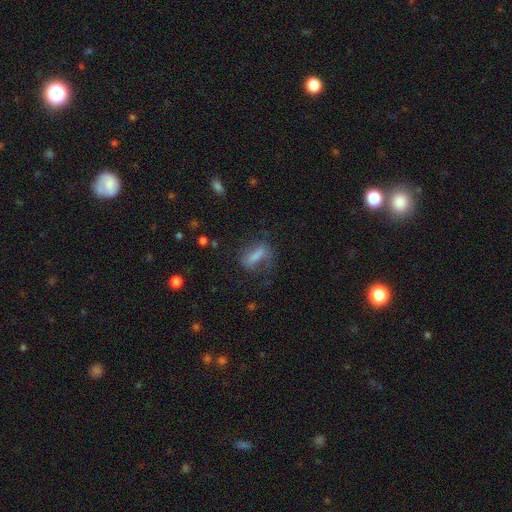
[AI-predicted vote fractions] Smooth or featured? smooth (53%)
How rounded? in between (55%)
Merging? none (53%)